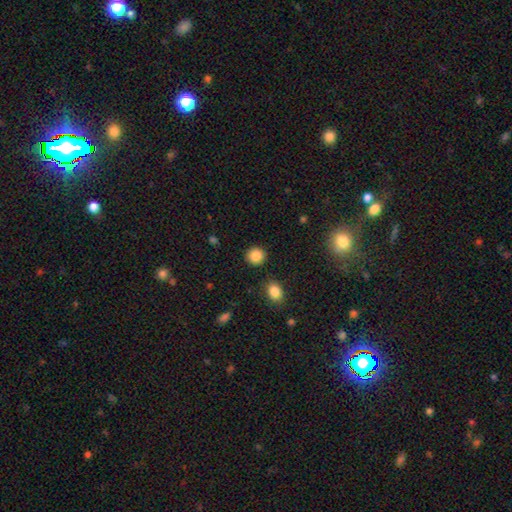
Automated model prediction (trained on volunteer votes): Overall: smooth (87%). How rounded: round (89%). Merging: none (90%).